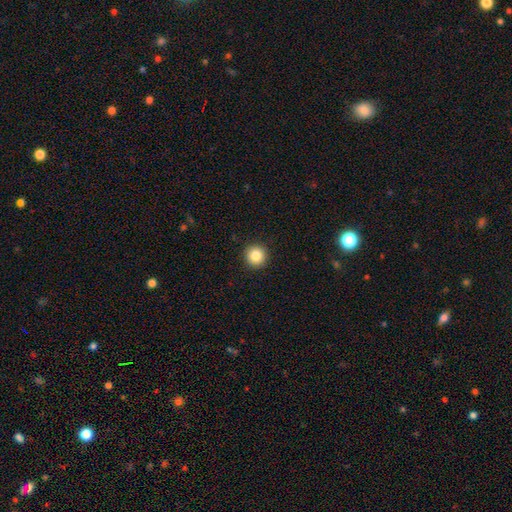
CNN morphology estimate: Smooth or featured? Predicted: smooth (p=0.84). How rounded? Predicted: round (p=0.95). Merging? Predicted: none (p=0.93).